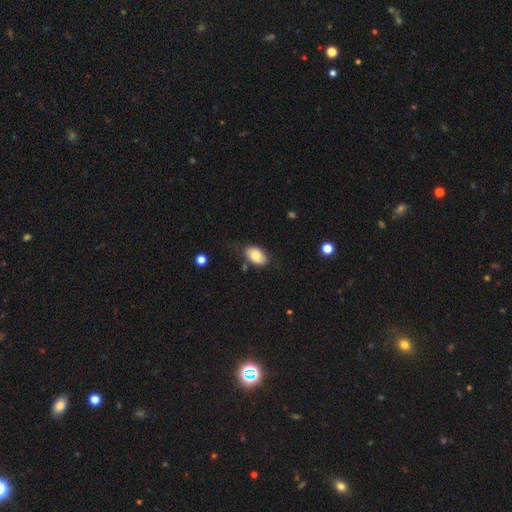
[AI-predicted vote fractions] Smooth or featured: smooth — 79% (featured or disk — 14%)
How rounded: in between — 88% (round — 10%)
Merging: none — 75% (minor disturbance — 17%)